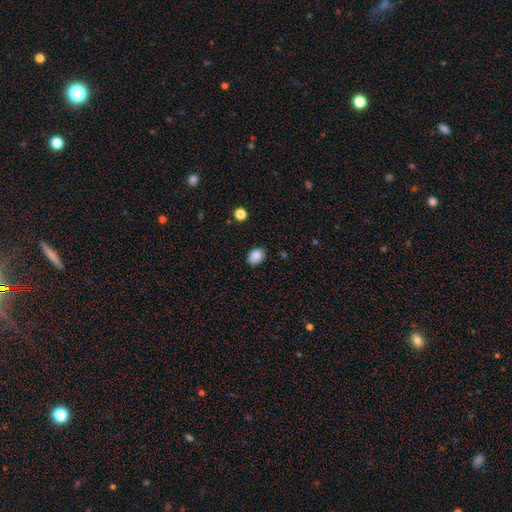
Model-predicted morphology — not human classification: This is clearly a smooth galaxy (88%). How rounded: likely in between (73%). Merging: clearly none (84%).